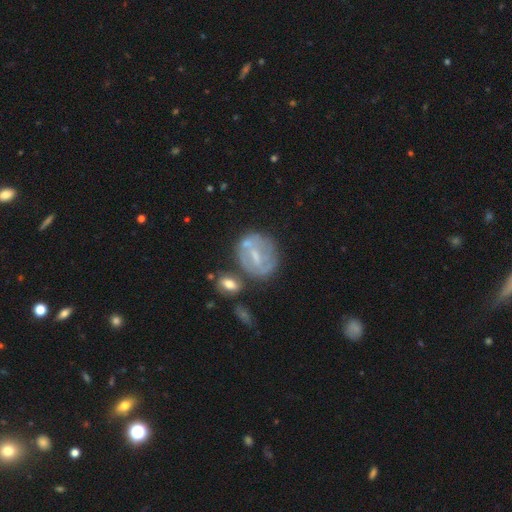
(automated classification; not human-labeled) smooth-or-featured: featured or disk: 64% | smooth: 27% | star or artifact: 8%
  disk-edge-on: no: 96% | yes: 4%
    bar: weak: 48% | no: 28% | strong: 24%
    has-spiral-arms: yes: 54% | no: 46%
    bulge-size: small: 46% | moderate: 27% | none: 24% | large: 2% | dominant: 1%
  merging: none: 54% | minor disturbance: 21% | merger: 14% | major disturbance: 11%